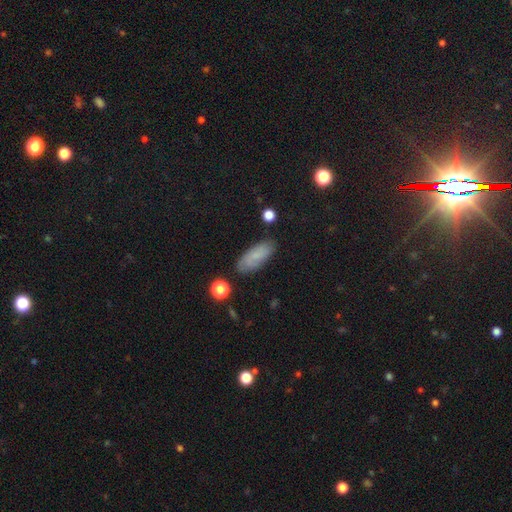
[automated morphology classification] The model was most divided on "how rounded": in between: 77%, cigar-shaped: 21%, round: 3%. More confident: merging — none (81%); smooth or featured — smooth (77%).